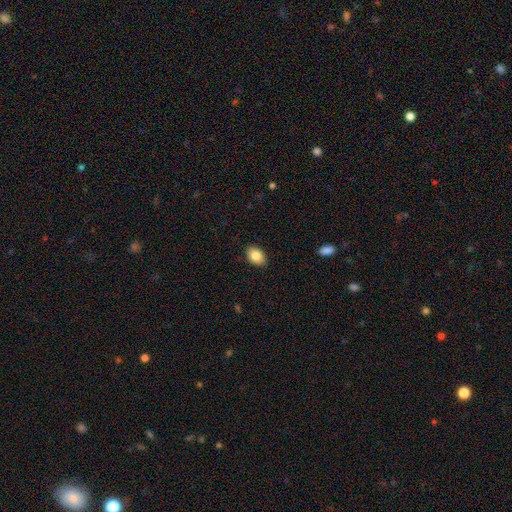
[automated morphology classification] A smooth galaxy with no disk features (85%) that is in between round and cigar-shaped (81%). Merging: none (88%).